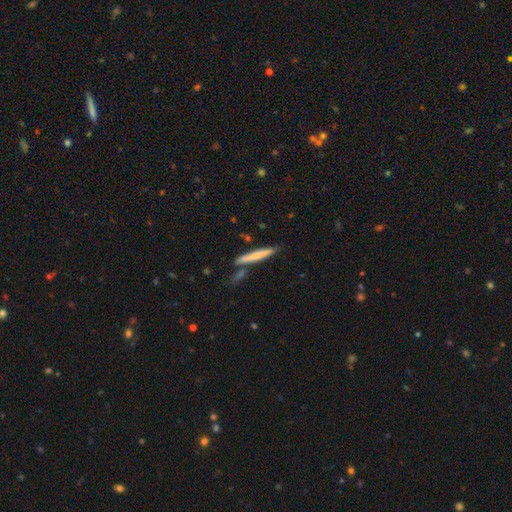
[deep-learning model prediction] This appears to be a smooth galaxy with no disk features (66%) that is cigar-shaped (95%). Merging: none (77%).